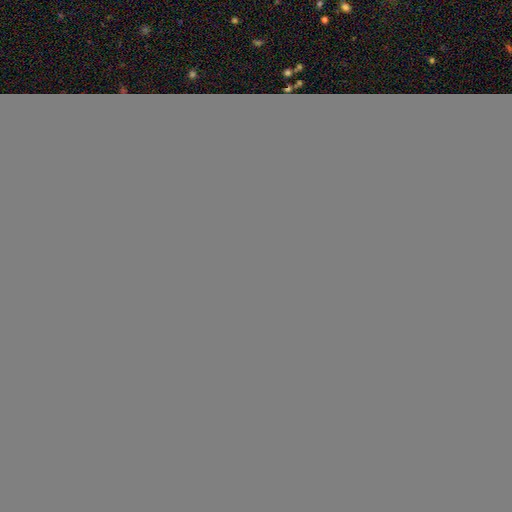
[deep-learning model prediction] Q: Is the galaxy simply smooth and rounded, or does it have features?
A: smooth — 79%.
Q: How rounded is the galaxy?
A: in between — 57%.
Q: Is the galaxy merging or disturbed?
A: none — 79%.